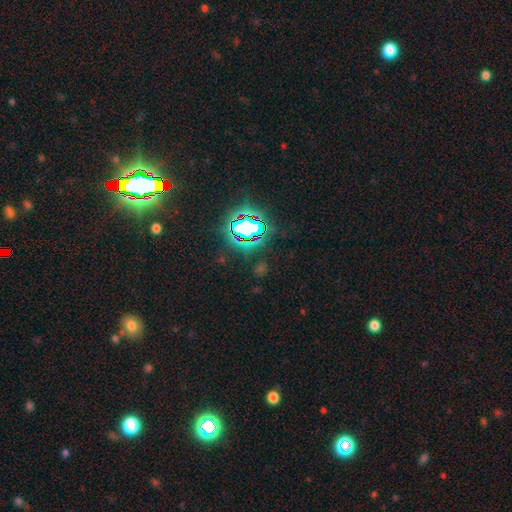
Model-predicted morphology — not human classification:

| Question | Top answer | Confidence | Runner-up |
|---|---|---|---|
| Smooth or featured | star or artifact | 83% | smooth (10%) |